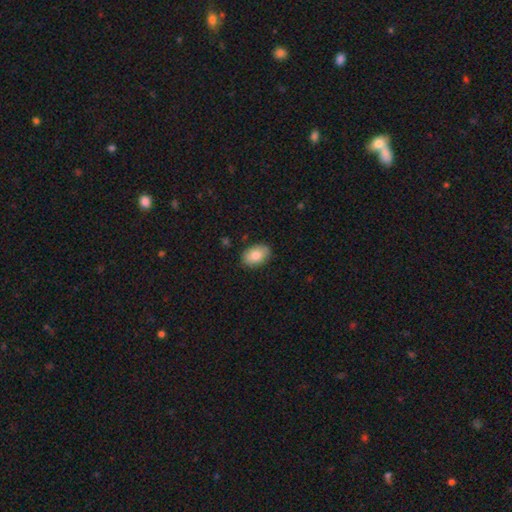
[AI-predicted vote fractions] Smooth or featured: smooth — 82% (featured or disk — 11%)
How rounded: in between — 85% (round — 14%)
Merging: none — 85% (minor disturbance — 12%)